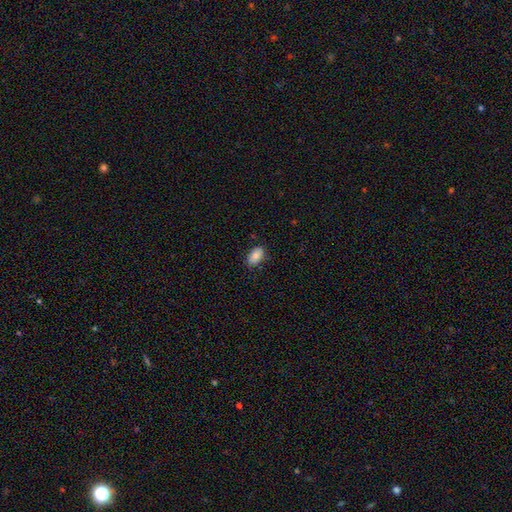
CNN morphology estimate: smooth-or-featured: smooth: 82% | featured or disk: 10% | star or artifact: 8%
  how-rounded: in between: 92% | round: 6% | cigar-shaped: 2%
  merging: none: 82% | minor disturbance: 14% | major disturbance: 3% | merger: 1%